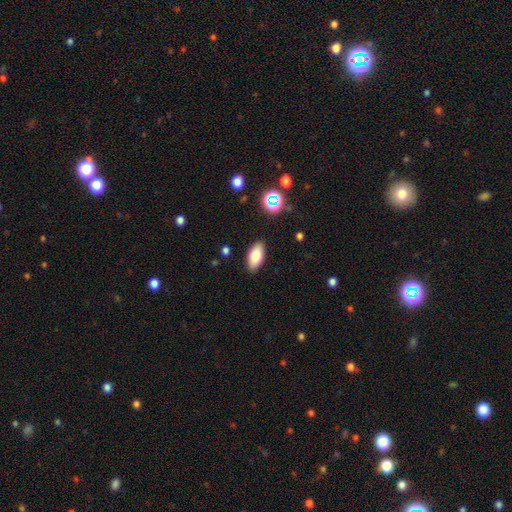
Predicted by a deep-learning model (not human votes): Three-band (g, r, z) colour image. It shows a smooth galaxy with no disk features (78%) that is in between round and cigar-shaped (90%). Merging: none (88%).